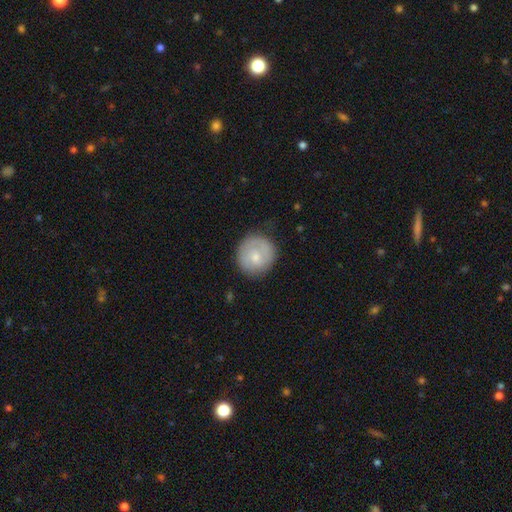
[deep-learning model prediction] Smooth or featured: smooth — 56% (featured or disk — 37%)
How rounded: round — 90% (in between — 9%)
Merging: none — 79% (minor disturbance — 15%)